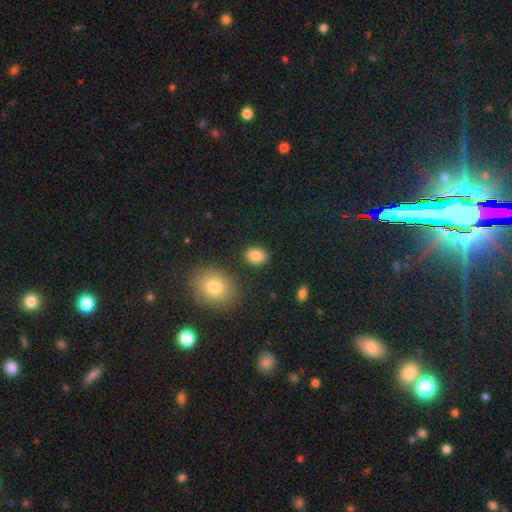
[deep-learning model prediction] smooth_or_featured: smooth (p=0.87) [alt: star or artifact p=0.09]
how_rounded: in between (p=0.67) [alt: round p=0.32]
merging: none (p=0.86) [alt: minor disturbance p=0.09]